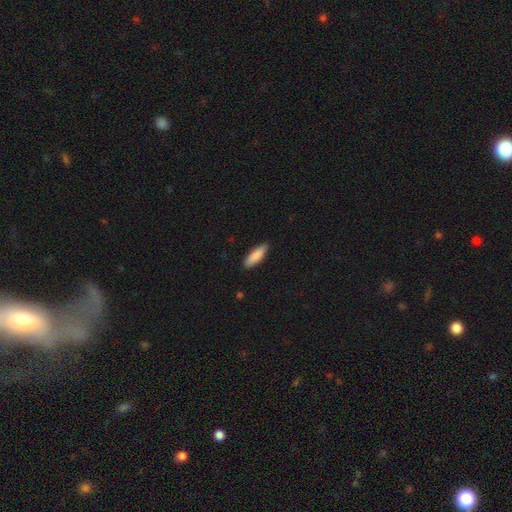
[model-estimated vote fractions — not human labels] Overall: smooth (87%). How rounded: cigar-shaped (50%; in between 48%). Merging: none (88%).